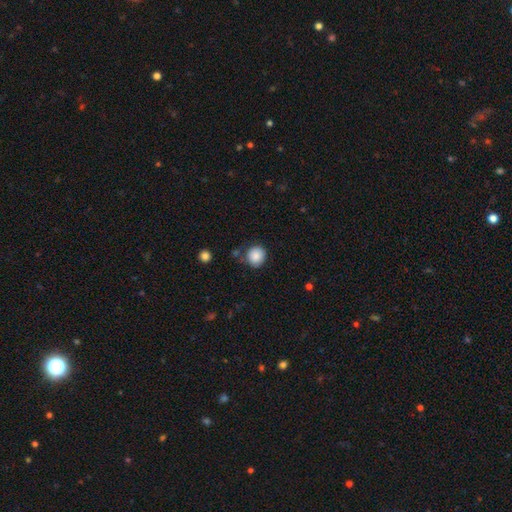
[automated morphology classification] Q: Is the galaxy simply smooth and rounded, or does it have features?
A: smooth — 87%.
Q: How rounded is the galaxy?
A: round — 89%.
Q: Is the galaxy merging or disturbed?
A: none — 78%.